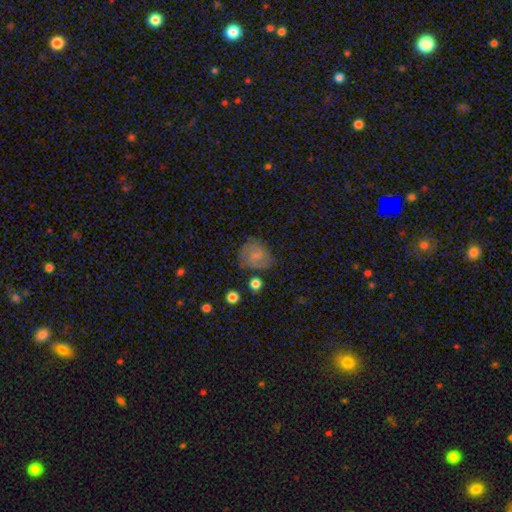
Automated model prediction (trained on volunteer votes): This is likely a smooth galaxy (66%). How rounded: likely round (67%). Merging: likely none (64%).